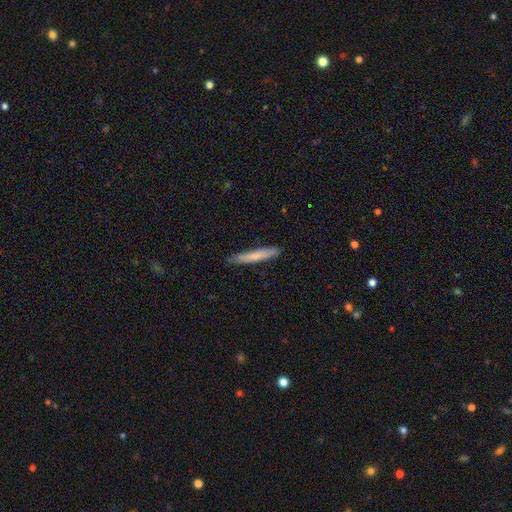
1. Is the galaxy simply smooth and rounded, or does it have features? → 72% smooth, 26% featured or disk, 3% star or artifact.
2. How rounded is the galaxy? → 100% cigar-shaped, 0% round, 0% in between.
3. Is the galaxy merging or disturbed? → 89% none, 8% minor disturbance, 3% major disturbance, 0% merger.